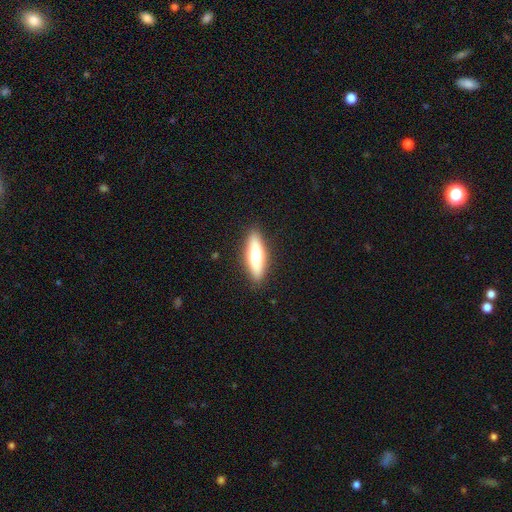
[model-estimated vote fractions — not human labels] Overall: smooth (62%; featured or disk 32%). How rounded: cigar-shaped (60%; in between 38%). Merging: none (89%).